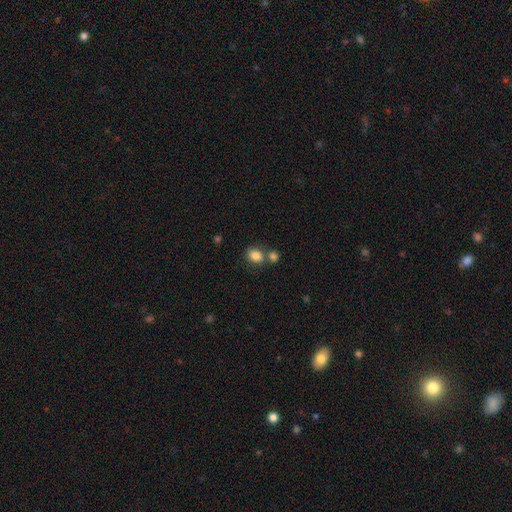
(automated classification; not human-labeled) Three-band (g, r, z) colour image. It shows a smooth galaxy with no disk features (85%) that is in between round and cigar-shaped (64%). Merging: none (52%).